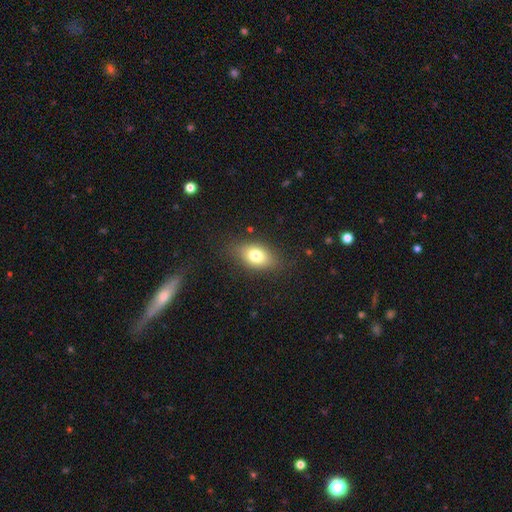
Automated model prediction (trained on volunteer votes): This appears to be a smooth galaxy with no disk features (76%) that is in between round and cigar-shaped (83%). Merging: none (82%).